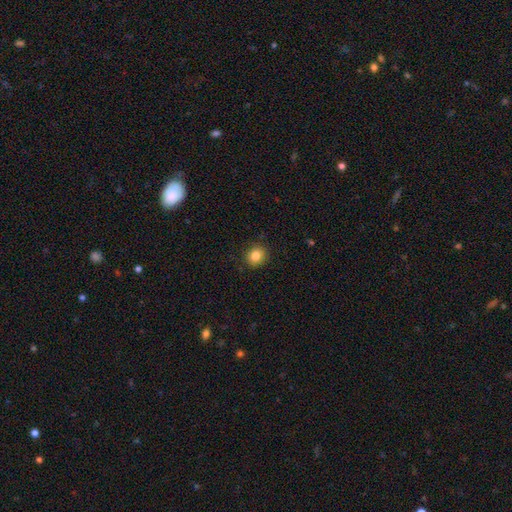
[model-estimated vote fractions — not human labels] Smooth or featured?
  - smooth: 84% *
  - star or artifact: 11%
  - featured or disk: 6%
How rounded?
  - round: 79% *
  - in between: 20%
  - cigar-shaped: 1%
Merging?
  - none: 89% *
  - minor disturbance: 8%
  - major disturbance: 2%
  - merger: 1%